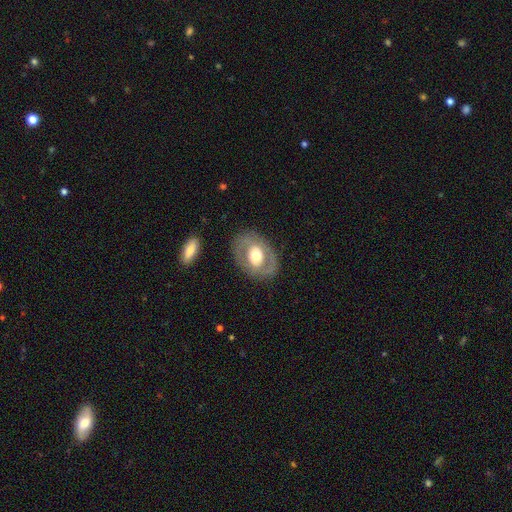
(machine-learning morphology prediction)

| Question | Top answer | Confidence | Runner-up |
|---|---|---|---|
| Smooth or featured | featured or disk | 57% | smooth (37%) |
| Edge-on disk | no | 93% | yes (7%) |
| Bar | no | 62% | weak (24%) |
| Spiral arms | no | 69% | yes (31%) |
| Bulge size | moderate | 60% | large (28%) |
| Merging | none | 80% | minor disturbance (12%) |